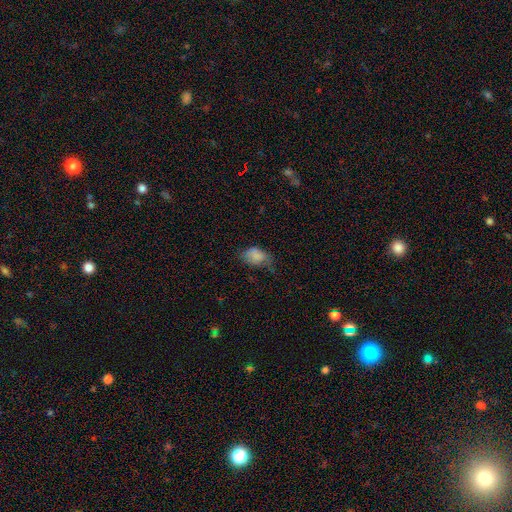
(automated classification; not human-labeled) A smooth galaxy with no disk features (78%) that is in between round and cigar-shaped (85%).

Vote fractions:
- Smooth or featured? smooth: 78% / featured or disk: 12% / star or artifact: 10%
- How rounded? in between: 85% / round: 13% / cigar-shaped: 1%
- Merging? none: 40% / minor disturbance: 38% / major disturbance: 20% / merger: 2%